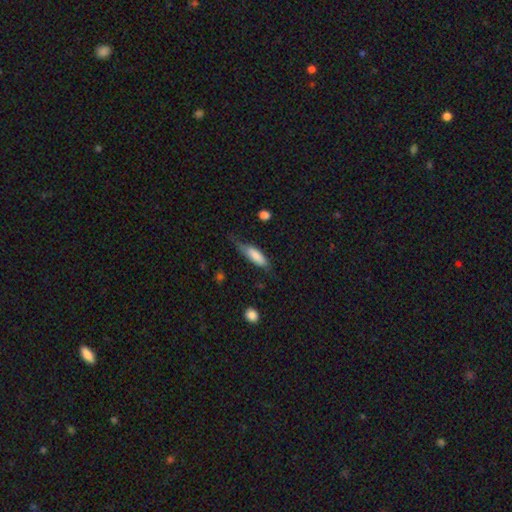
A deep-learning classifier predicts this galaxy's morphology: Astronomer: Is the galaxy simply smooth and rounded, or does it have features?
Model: smooth — 75%.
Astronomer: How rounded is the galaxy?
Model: in between — 53% (runner-up: cigar-shaped, 45%).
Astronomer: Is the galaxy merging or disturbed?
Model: none — 45% (runner-up: minor disturbance, 35%).